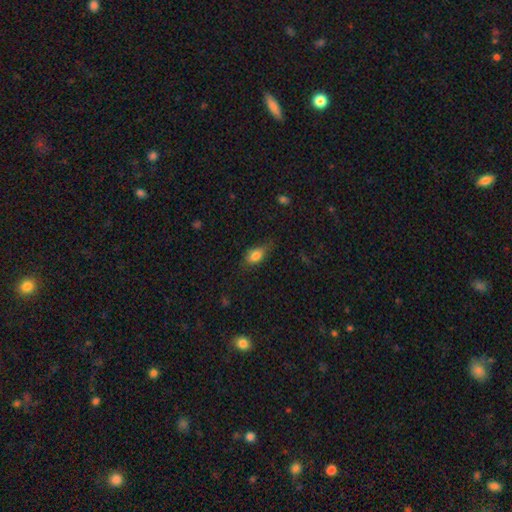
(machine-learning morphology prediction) This appears to be a smooth galaxy with no disk features (81%) that is in between round and cigar-shaped (85%). Merging: none (63%).